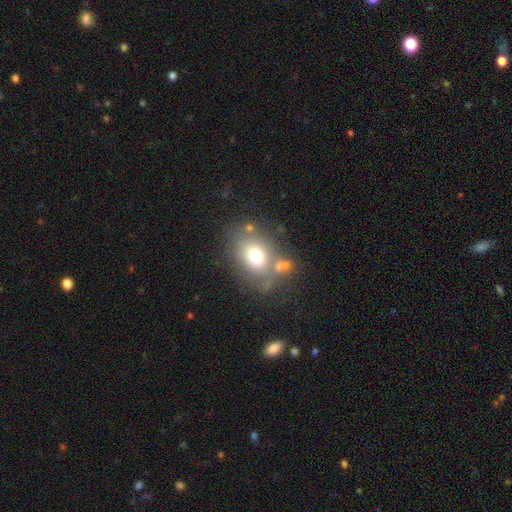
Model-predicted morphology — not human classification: A smooth galaxy with no disk features (70%) that is in between round and cigar-shaped (67%). Merging: none (57%).